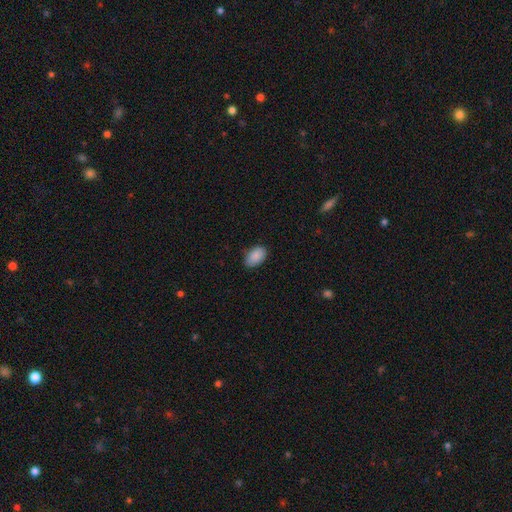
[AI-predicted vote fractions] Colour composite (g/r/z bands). It shows a smooth galaxy with no disk features (89%) that is in between round and cigar-shaped (91%). Merging: none (82%).